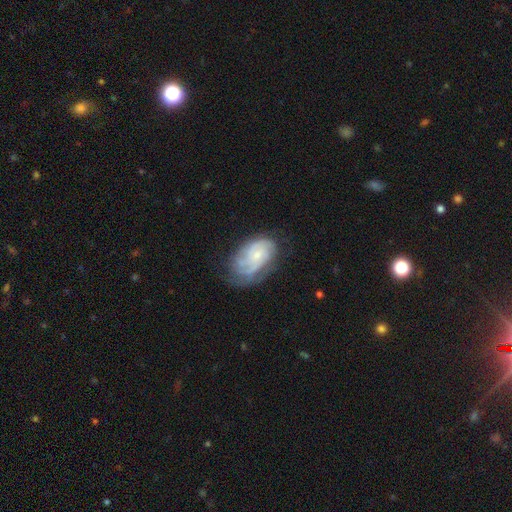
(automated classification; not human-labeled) This appears to be a featured or disk galaxy (72%) with no bar (74%), tight (56%) spiral arms (90%) and a small central bulge (68%). Merging: none (56%).